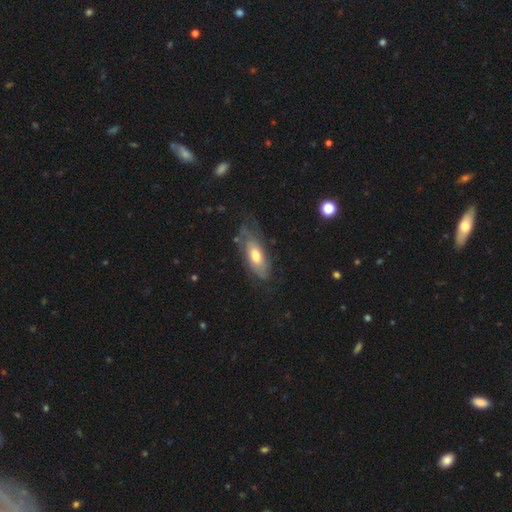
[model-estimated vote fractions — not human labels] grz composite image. It shows a featured or disk galaxy (58%). Merging: none (58%).